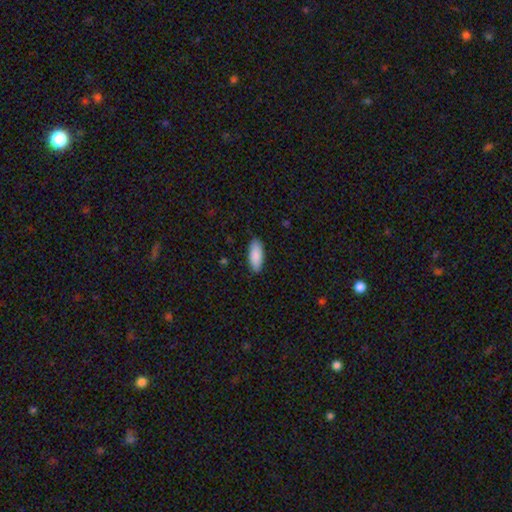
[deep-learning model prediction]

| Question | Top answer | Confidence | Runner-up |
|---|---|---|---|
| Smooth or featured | smooth | 89% | star or artifact (6%) |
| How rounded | in between | 80% | cigar-shaped (18%) |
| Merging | none | 87% | minor disturbance (10%) |